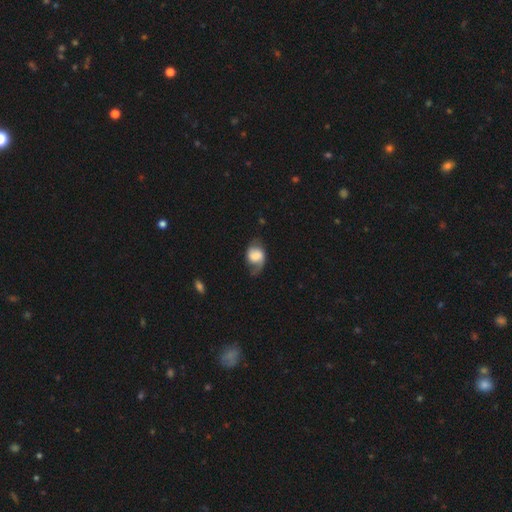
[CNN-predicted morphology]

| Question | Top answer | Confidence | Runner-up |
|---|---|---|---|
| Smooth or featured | featured or disk | 50% | smooth (42%) |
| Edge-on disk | no | 97% | yes (3%) |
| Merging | none | 42% | minor disturbance (31%) |